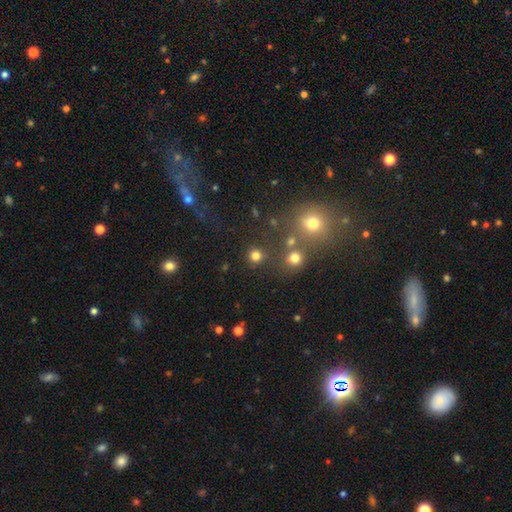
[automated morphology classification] This is likely a smooth galaxy (77%). How rounded: clearly round (92%). Merging: clearly none (82%).